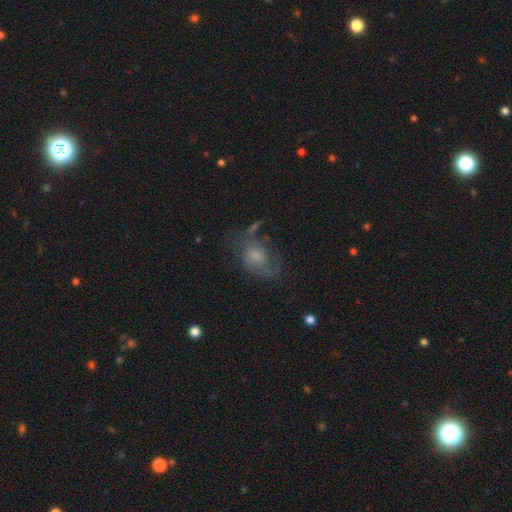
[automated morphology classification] A featured or disk galaxy (45%). Merging: none (50%).